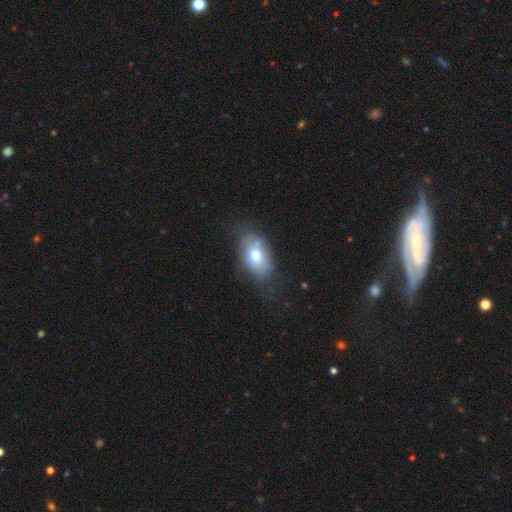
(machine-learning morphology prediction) Smooth or featured: smooth — 67% (featured or disk — 24%)
How rounded: in between — 83% (round — 16%)
Merging: none — 58% (minor disturbance — 26%)